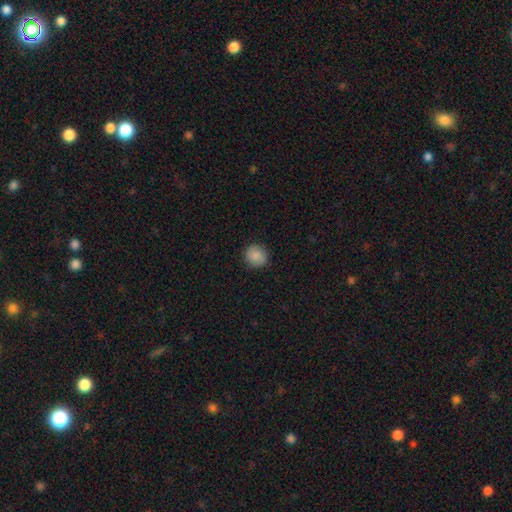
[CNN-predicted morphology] This appears to be a smooth galaxy with no disk features (85%) that is round (87%). Merging: none (88%).